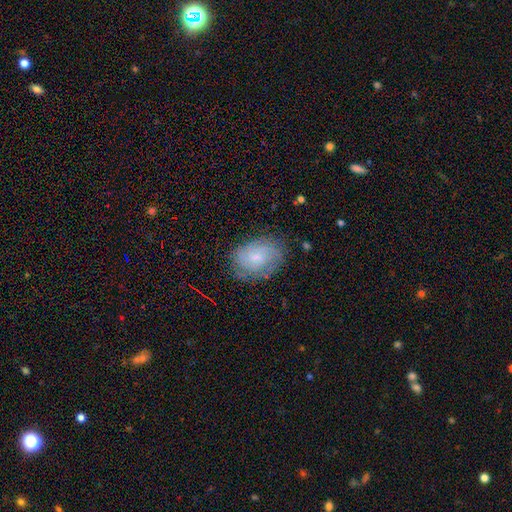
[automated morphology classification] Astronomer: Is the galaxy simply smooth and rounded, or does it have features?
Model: featured or disk — 64%.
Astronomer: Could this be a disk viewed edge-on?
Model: no — 97%.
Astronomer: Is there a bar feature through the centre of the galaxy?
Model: no — 63%.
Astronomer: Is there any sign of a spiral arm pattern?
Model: yes — 91%.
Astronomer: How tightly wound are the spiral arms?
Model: tight — 67%.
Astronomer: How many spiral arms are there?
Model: can't tell — 45% (runner-up: 2, 25%).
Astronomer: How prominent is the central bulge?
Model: small — 64%.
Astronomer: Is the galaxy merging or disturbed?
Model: none — 76%.